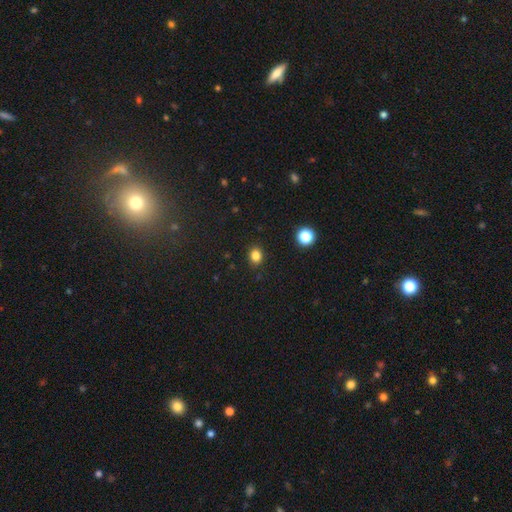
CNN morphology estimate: This appears to be a smooth galaxy with no disk features (83%) that is round (62%). Merging: none (89%).